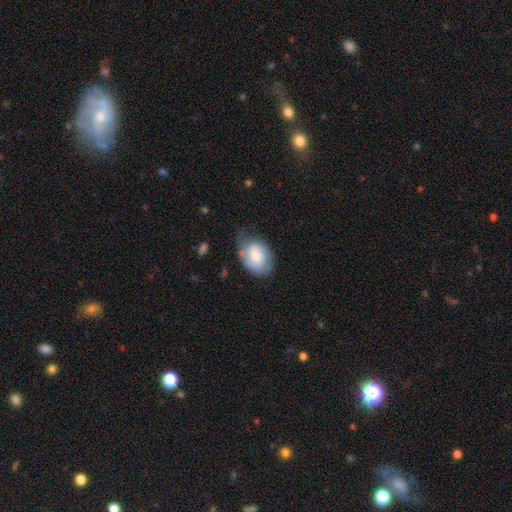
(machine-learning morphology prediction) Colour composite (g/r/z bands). It shows a smooth galaxy with no disk features (62%) that is in between round and cigar-shaped (79%). Merging: none (44%).